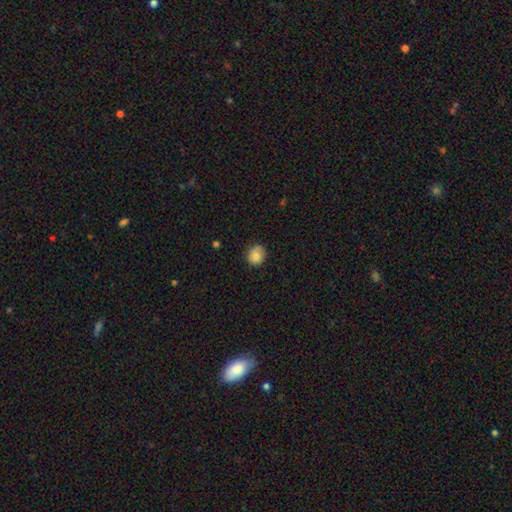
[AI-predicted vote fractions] Overall: smooth (83%). How rounded: round (73%). Merging: none (79%).